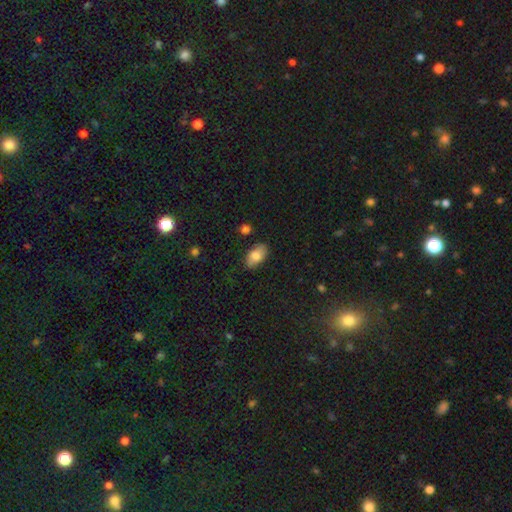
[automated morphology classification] Overall: smooth (80%). How rounded: in between (93%). Merging: none (83%).